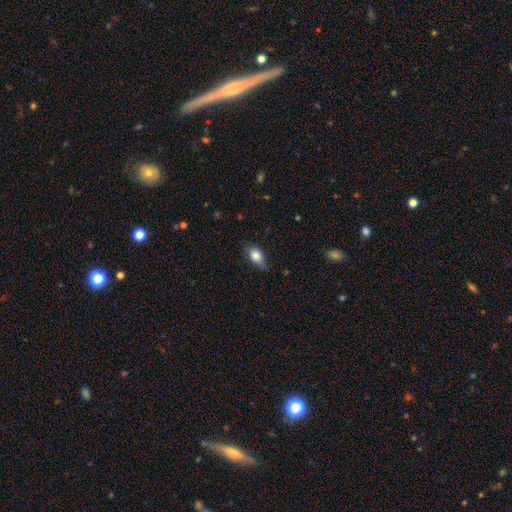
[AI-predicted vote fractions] Q: Smooth or featured?
A: smooth (81%); runner-up: featured or disk (11%)
Q: How rounded?
A: in between (85%); runner-up: round (9%)
Q: Merging?
A: none (69%); runner-up: minor disturbance (25%)